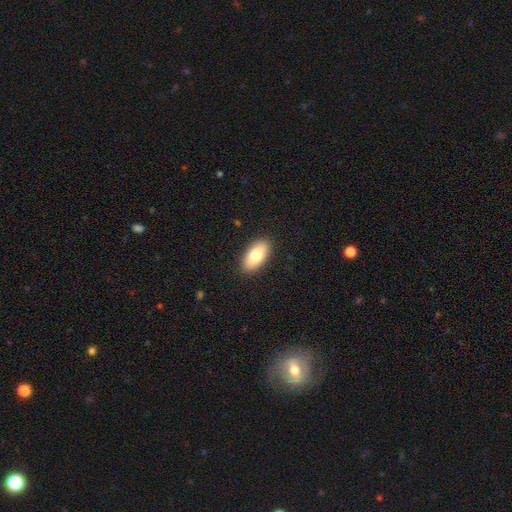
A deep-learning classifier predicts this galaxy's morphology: The model was most divided on "smooth or featured": smooth: 76%, featured or disk: 17%, star or artifact: 7%. More confident: how rounded — in between (93%); merging — none (89%).